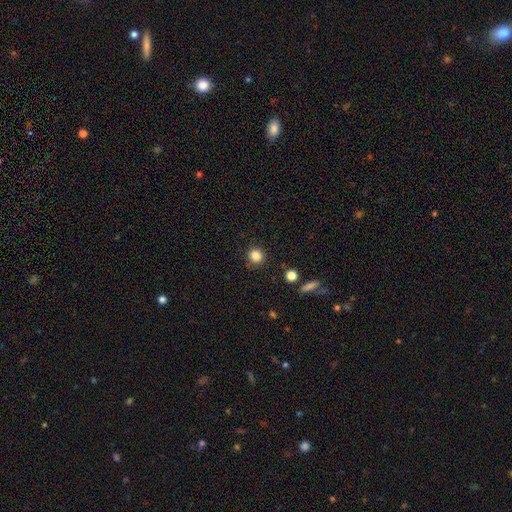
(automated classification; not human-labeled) Smooth or featured: smooth — 84% (star or artifact — 11%)
How rounded: round — 92% (in between — 7%)
Merging: none — 89% (minor disturbance — 7%)